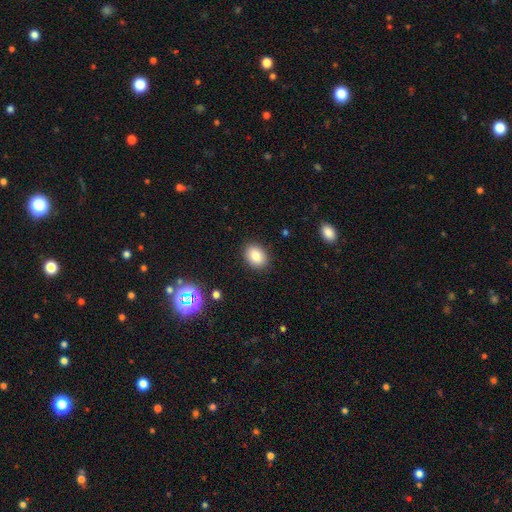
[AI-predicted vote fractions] Smooth or featured? smooth (83%)
How rounded? in between (64%)
Merging? none (89%)